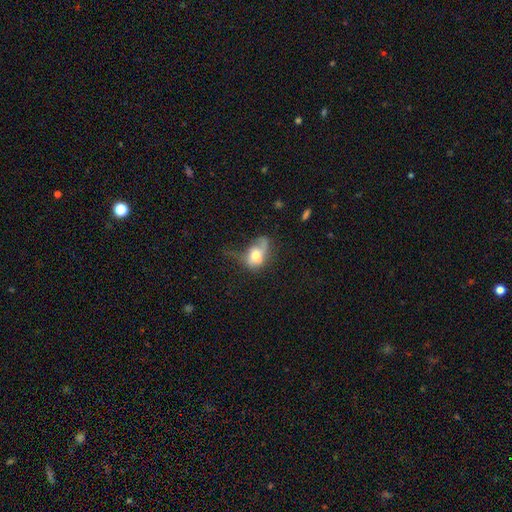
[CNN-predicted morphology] This appears to be a smooth galaxy with no disk features (61%) that is in between round and cigar-shaped (74%). Merging: major disturbance (42%).